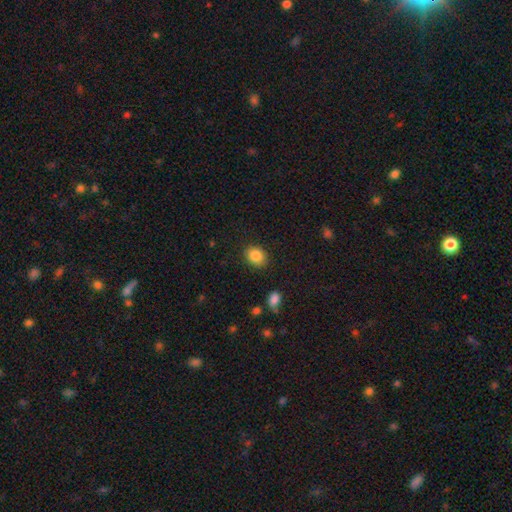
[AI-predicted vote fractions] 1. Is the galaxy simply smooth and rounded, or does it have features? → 86% smooth, 9% star or artifact, 5% featured or disk.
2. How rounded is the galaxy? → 54% round, 45% in between, 1% cigar-shaped.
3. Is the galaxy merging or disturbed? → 86% none, 10% minor disturbance, 3% major disturbance, 1% merger.